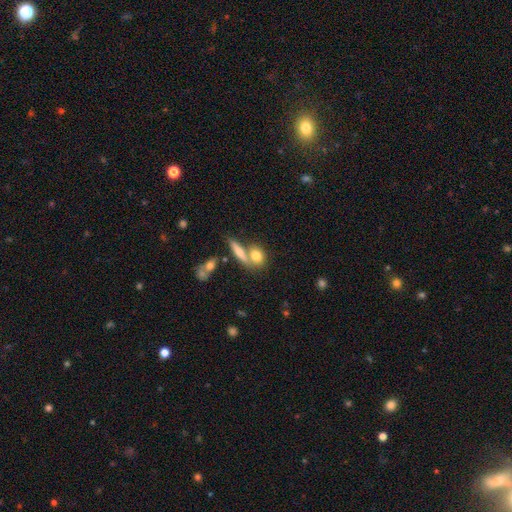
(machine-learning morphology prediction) Smooth or featured? smooth (74%)
How rounded? in between (48%)
Merging? none (46%)